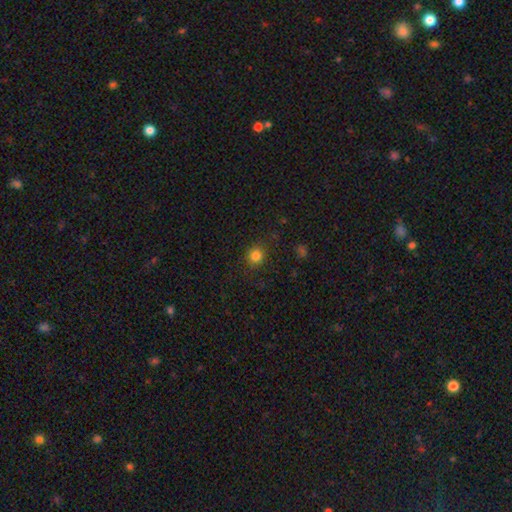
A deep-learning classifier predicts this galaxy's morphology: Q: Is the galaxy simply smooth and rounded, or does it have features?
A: smooth — 83%.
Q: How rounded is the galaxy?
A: round — 87%.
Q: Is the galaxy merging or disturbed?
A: none — 85%.